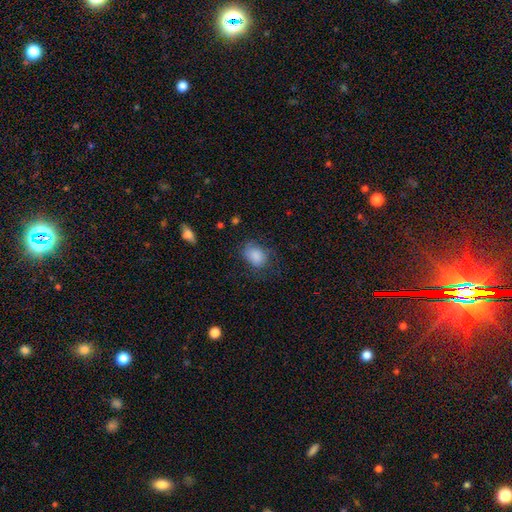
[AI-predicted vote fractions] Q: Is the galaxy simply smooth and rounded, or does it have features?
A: smooth — 82%.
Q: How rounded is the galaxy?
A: in between — 69%.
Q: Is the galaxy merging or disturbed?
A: none — 57%.